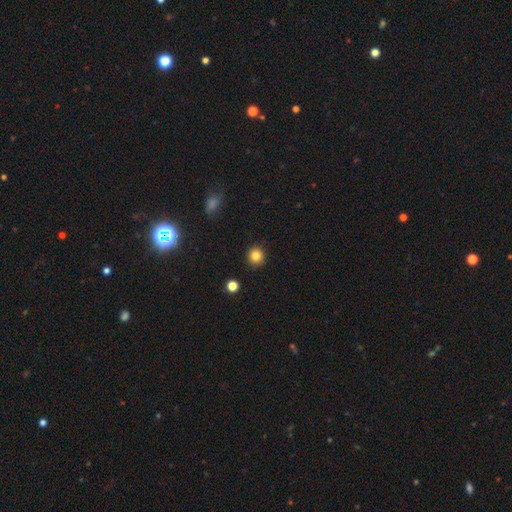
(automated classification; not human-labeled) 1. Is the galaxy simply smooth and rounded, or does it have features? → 83% smooth, 12% star or artifact, 5% featured or disk.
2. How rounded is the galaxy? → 92% round, 7% in between, 1% cigar-shaped.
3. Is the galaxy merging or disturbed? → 91% none, 6% minor disturbance, 2% major disturbance, 1% merger.